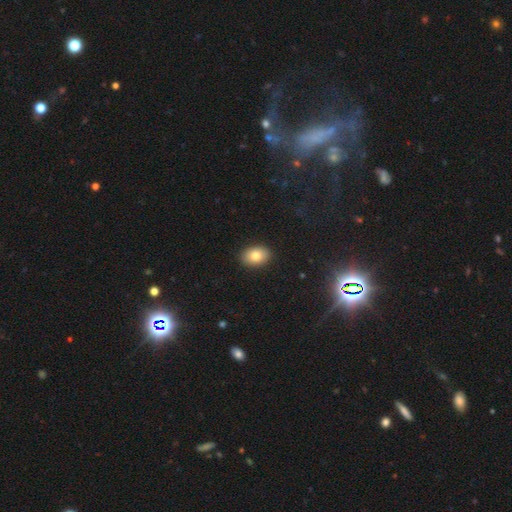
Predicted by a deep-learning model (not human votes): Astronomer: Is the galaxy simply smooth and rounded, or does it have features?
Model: smooth — 81%.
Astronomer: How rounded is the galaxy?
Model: in between — 79%.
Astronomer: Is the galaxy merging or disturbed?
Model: none — 90%.